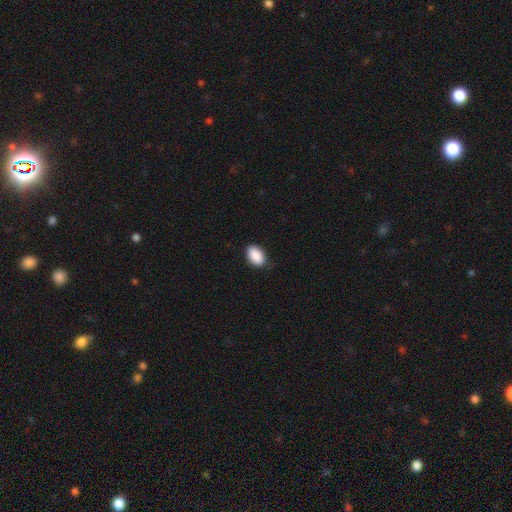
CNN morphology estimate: Smooth or featured? smooth (90%)
How rounded? in between (90%)
Merging? none (79%)